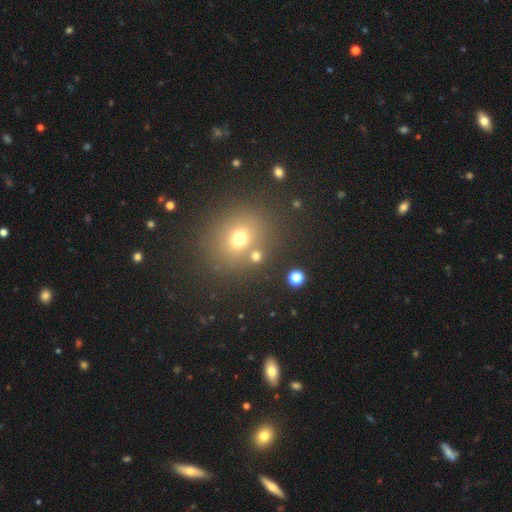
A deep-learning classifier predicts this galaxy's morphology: type=smooth (67%); roundness=round (77%); merging=none (75%).